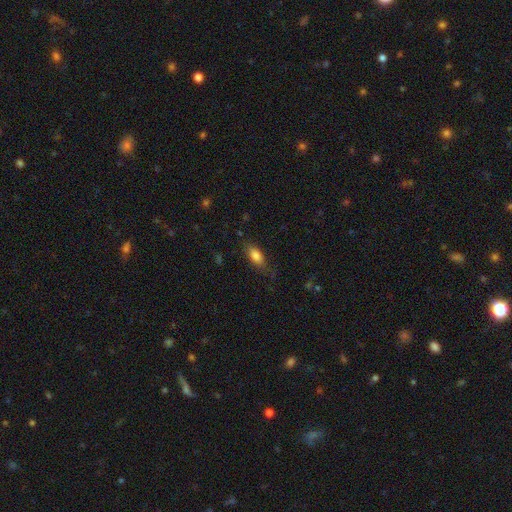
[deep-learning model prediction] The model was most divided on "merging": none: 75%, minor disturbance: 19%, major disturbance: 6%, merger: 1%. More confident: how rounded — in between (84%); smooth or featured — smooth (82%).